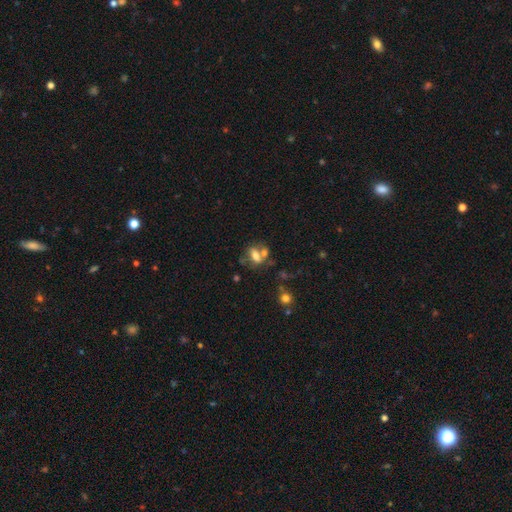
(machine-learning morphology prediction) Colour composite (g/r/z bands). It shows a smooth galaxy with no disk features (61%) that is in between round and cigar-shaped (74%). Merging: none (42%).